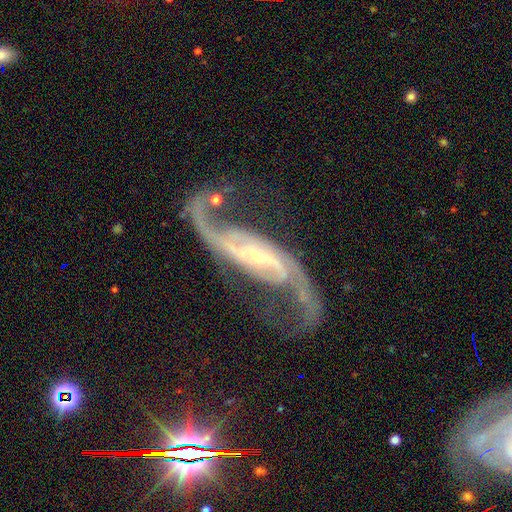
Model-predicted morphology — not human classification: Smooth or featured? Predicted: featured or disk (p=0.91). Edge-on disk? Predicted: no (p=0.94). Bar? Predicted: strong (p=0.46). Spiral arms? Predicted: yes (p=0.98). Spiral winding? Predicted: loose (p=0.64). Spiral arm count? Predicted: 2 (p=0.94). Bulge size? Predicted: small (p=0.74). Merging? Predicted: none (p=0.63).